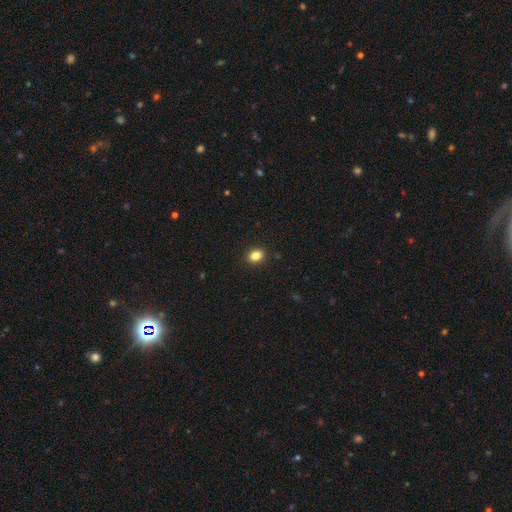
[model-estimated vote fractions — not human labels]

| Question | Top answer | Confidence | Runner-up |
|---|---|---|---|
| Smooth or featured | smooth | 84% | star or artifact (11%) |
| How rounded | in between | 56% | round (43%) |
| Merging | none | 91% | minor disturbance (7%) |